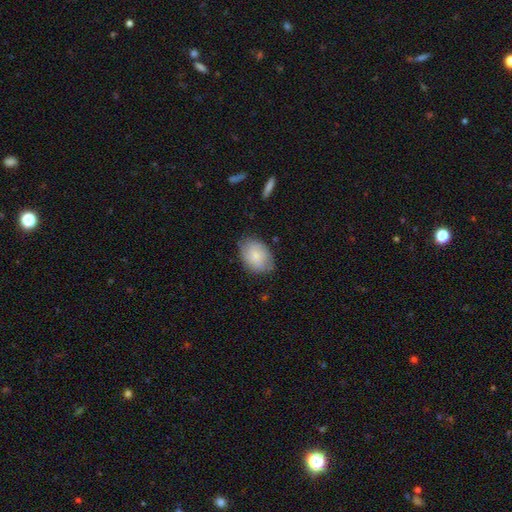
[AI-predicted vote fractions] Smooth or featured? smooth (80%)
How rounded? in between (82%)
Merging? none (76%)